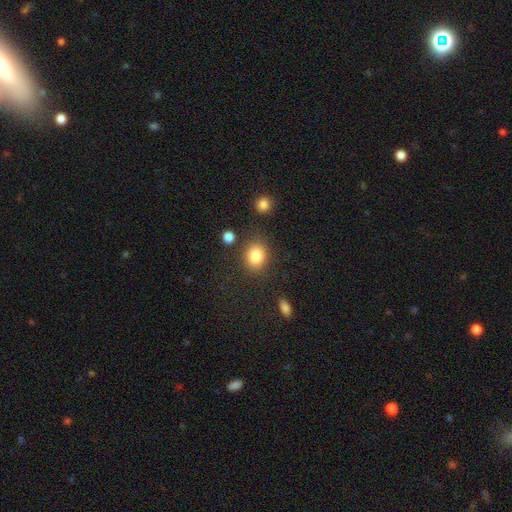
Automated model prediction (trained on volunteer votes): Smooth or featured?
  - smooth: 85% *
  - star or artifact: 9%
  - featured or disk: 6%
How rounded?
  - round: 55% *
  - in between: 44%
  - cigar-shaped: 1%
Merging?
  - none: 79% *
  - minor disturbance: 12%
  - merger: 5%
  - major disturbance: 4%